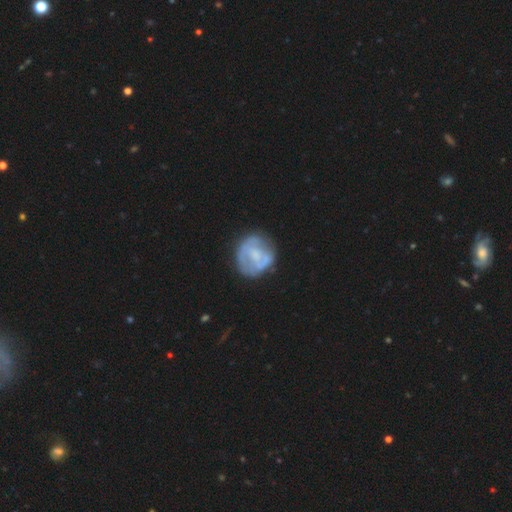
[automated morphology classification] A featured or disk galaxy (58%) with no bar (59%), no spiral arms (57%) and no central bulge (33%). Merging: none (61%).